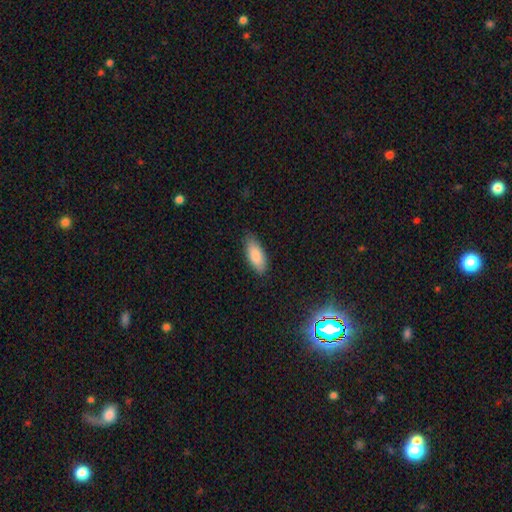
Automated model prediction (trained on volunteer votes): smooth_or_featured: smooth (p=0.86) [alt: featured or disk p=0.07]
how_rounded: in between (p=0.81) [alt: cigar-shaped p=0.17]
merging: none (p=0.83) [alt: minor disturbance p=0.13]